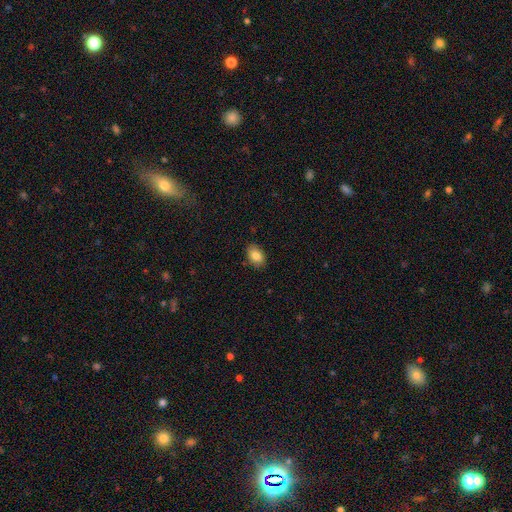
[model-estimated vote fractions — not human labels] This appears to be a smooth galaxy with no disk features (85%) that is in between round and cigar-shaped (86%). Merging: none (86%).